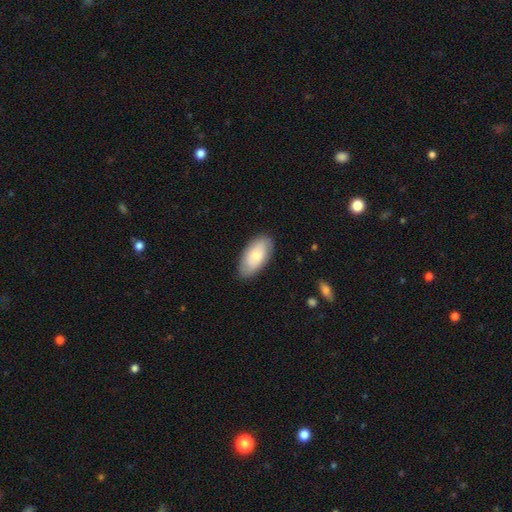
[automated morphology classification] This is likely a smooth galaxy (75%). How rounded: clearly in between (94%). Merging: clearly none (84%).